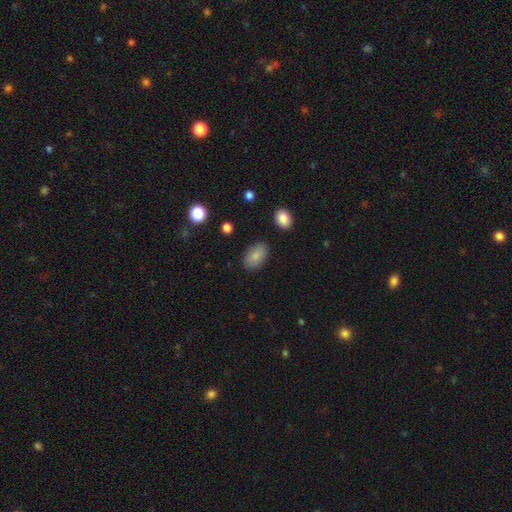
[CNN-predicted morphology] This appears to be a smooth galaxy with no disk features (85%) that is in between round and cigar-shaped (91%). Merging: none (86%).